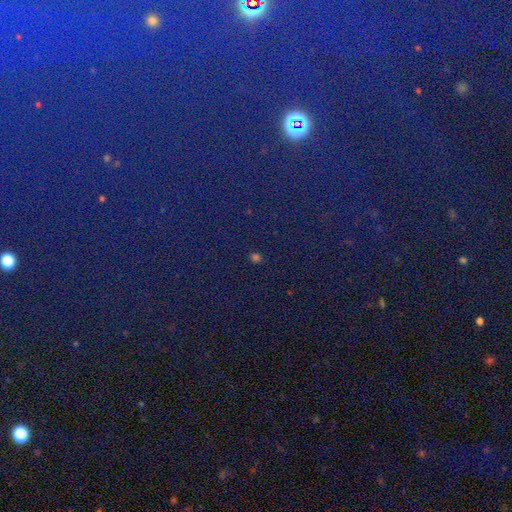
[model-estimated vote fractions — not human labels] Overall: star or artifact (81%).